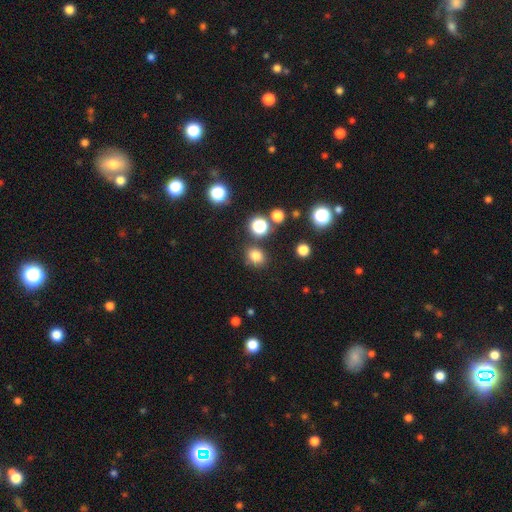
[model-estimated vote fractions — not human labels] This is likely a smooth galaxy (78%). How rounded: likely round (68%). Merging: clearly none (82%).